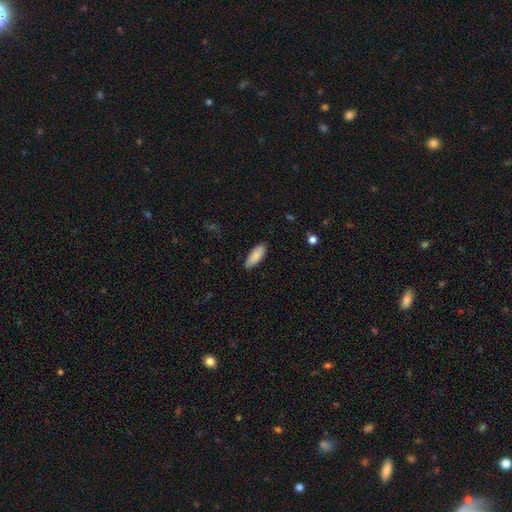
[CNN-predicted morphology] This appears to be a smooth galaxy with no disk features (88%) that is in between round and cigar-shaped (71%). Merging: none (87%).